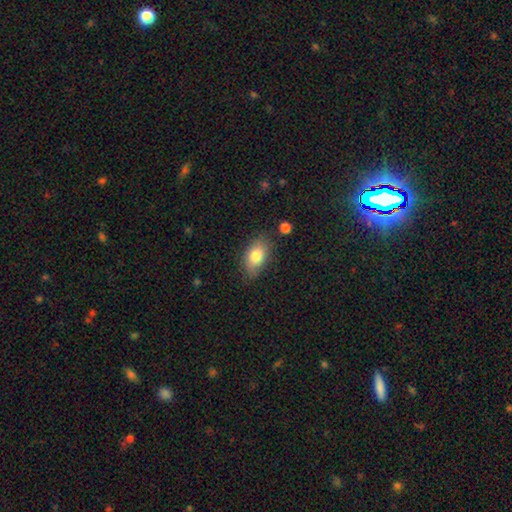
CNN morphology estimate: This is likely a smooth galaxy (80%). How rounded: clearly in between (90%). Merging: likely none (78%).